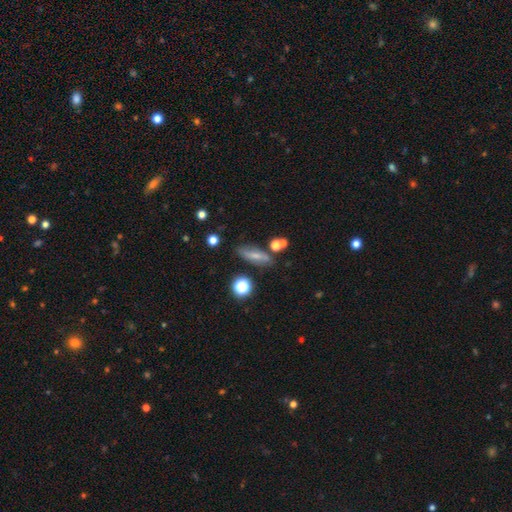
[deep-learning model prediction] Morphology: type=smooth (57%); roundness=cigar-shaped (51%); merging=none (72%).